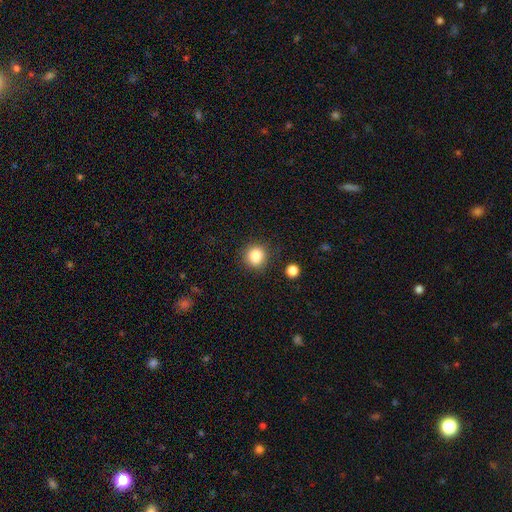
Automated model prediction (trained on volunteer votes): This is clearly a smooth galaxy (86%). How rounded: clearly round (86%). Merging: clearly none (84%).